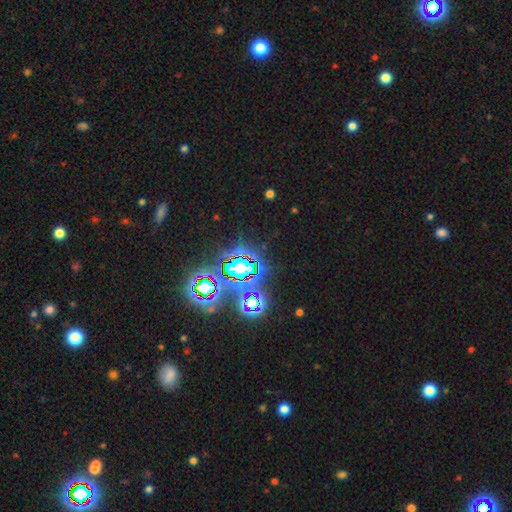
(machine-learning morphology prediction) A star or artifact, not a galaxy (80%).